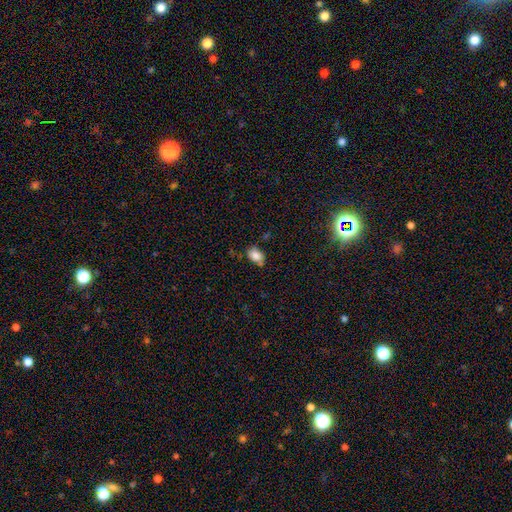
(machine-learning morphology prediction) The model was most divided on "merging": none: 61%, minor disturbance: 27%, merger: 6%, major disturbance: 6%. More confident: smooth or featured — smooth (83%); how rounded — in between (79%).